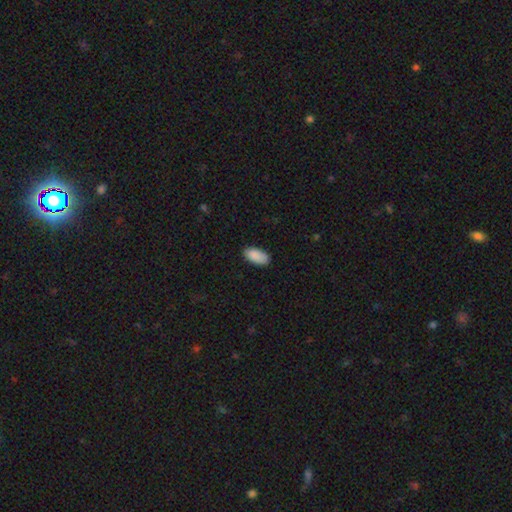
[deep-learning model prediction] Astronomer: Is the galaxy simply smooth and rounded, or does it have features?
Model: smooth — 90%.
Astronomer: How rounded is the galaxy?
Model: in between — 95%.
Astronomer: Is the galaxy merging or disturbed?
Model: none — 84%.